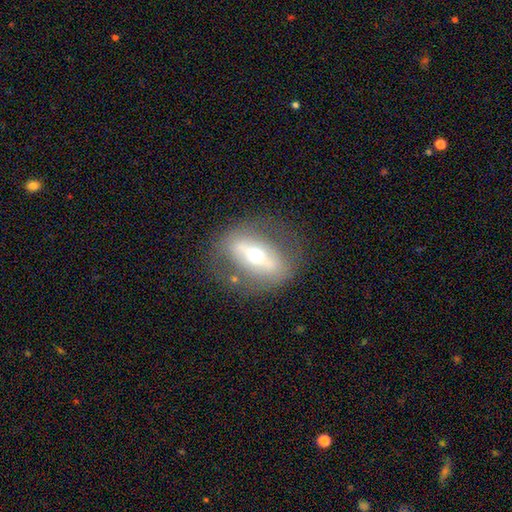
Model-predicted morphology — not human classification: A featured or disk galaxy (64%).

Vote fractions:
- Smooth or featured? featured or disk: 64% / smooth: 29% / star or artifact: 8%
- Edge-on disk? no: 67% / yes: 33%
- Merging? none: 75% / minor disturbance: 14% / major disturbance: 9% / merger: 2%